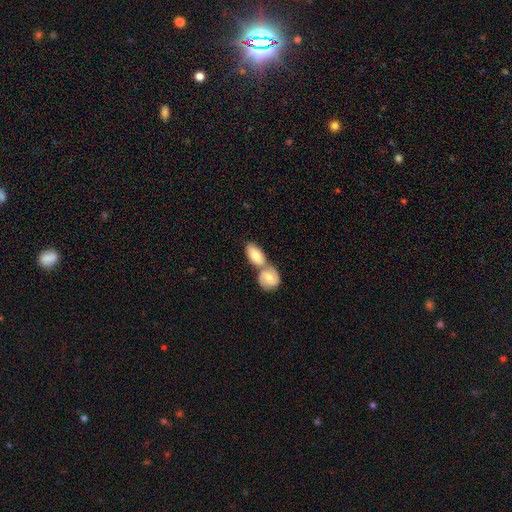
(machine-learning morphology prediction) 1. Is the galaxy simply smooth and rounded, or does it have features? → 67% smooth, 28% featured or disk, 5% star or artifact.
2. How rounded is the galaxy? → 87% in between, 7% cigar-shaped, 7% round.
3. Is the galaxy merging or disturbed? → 59% merger, 29% none, 8% minor disturbance, 3% major disturbance.